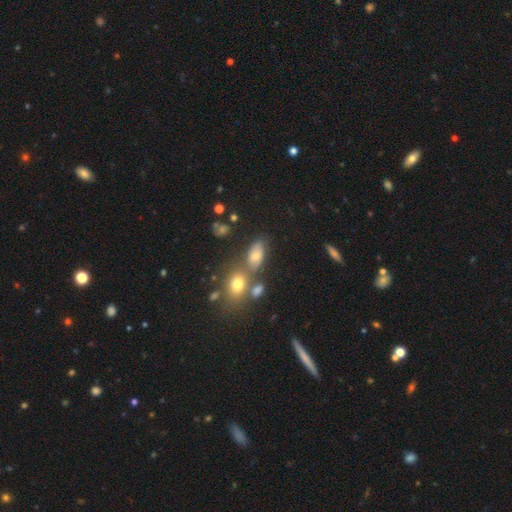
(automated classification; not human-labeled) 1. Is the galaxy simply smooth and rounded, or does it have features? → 68% smooth, 18% featured or disk, 14% star or artifact.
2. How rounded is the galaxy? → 85% in between, 11% round, 4% cigar-shaped.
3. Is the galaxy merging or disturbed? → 55% none, 23% merger, 16% minor disturbance, 6% major disturbance.